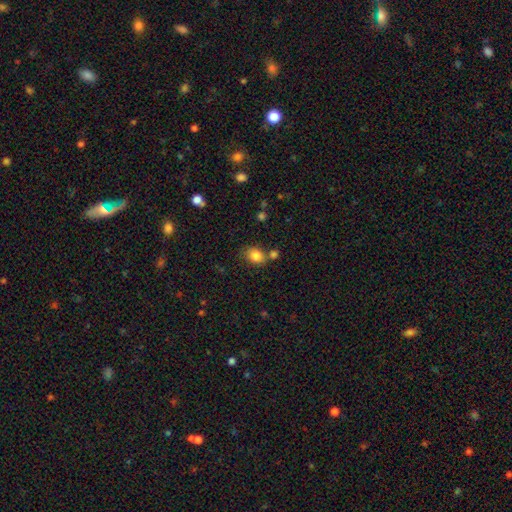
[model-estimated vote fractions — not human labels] This is clearly a smooth galaxy (84%). How rounded: possibly in between (54%). Merging: likely none (63%).